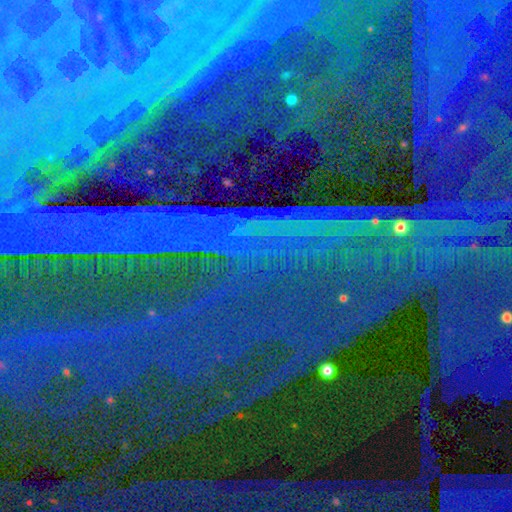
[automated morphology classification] This appears to be a star or artifact, not a galaxy (88%).